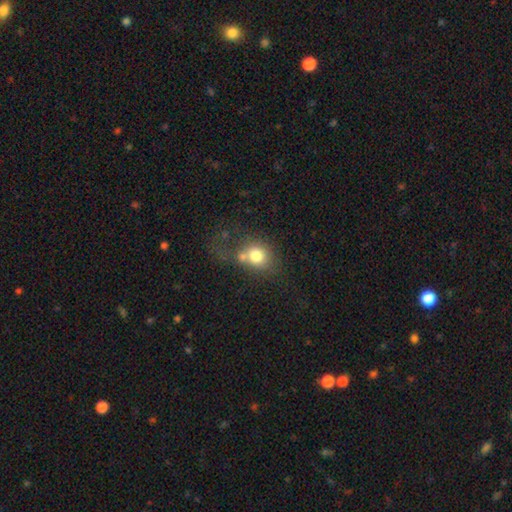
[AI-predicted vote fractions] Smooth or featured? smooth (73%)
How rounded? round (62%)
Merging? merger (36%)